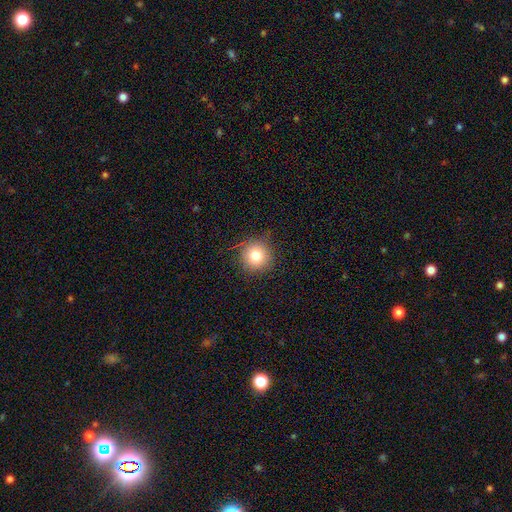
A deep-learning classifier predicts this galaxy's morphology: A smooth galaxy with no disk features (79%) that is round (94%).

Vote fractions:
- Smooth or featured? smooth: 79% / star or artifact: 12% / featured or disk: 9%
- How rounded? round: 94% / in between: 5% / cigar-shaped: 1%
- Merging? none: 85% / minor disturbance: 11% / major disturbance: 3% / merger: 1%